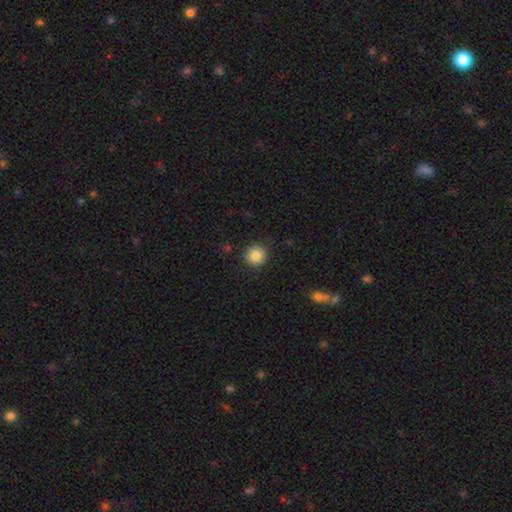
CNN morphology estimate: smooth-or-featured: smooth: 86% | star or artifact: 10% | featured or disk: 5%
  how-rounded: round: 92% | in between: 7% | cigar-shaped: 1%
  merging: none: 90% | minor disturbance: 7% | major disturbance: 2% | merger: 1%